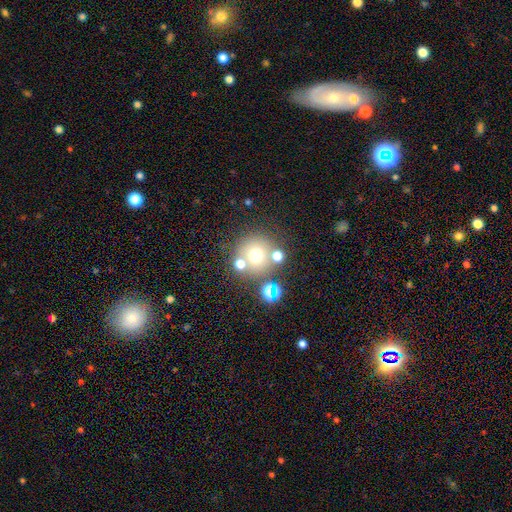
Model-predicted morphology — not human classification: The model was most divided on "smooth or featured": smooth: 63%, star or artifact: 22%, featured or disk: 15%. More confident: how rounded — round (93%); merging — none (71%).